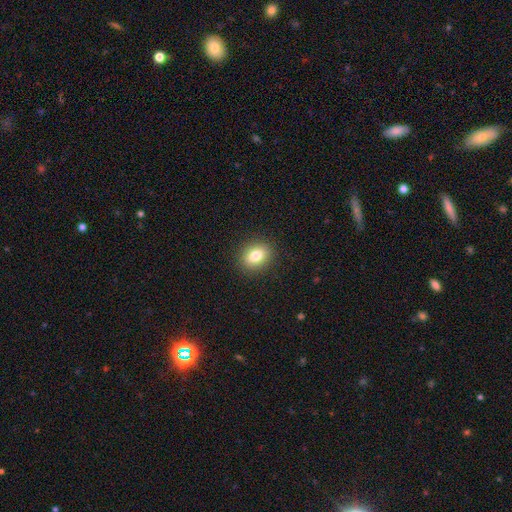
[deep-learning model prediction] smooth 82%, star or artifact 10%, featured or disk 8%. Down the decision tree: how rounded — in between (59%); merging — none (89%).